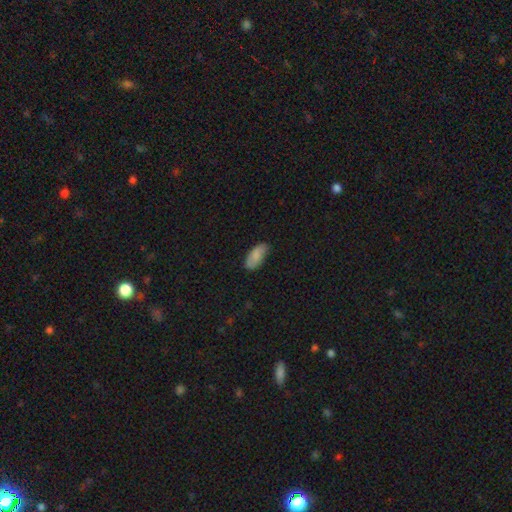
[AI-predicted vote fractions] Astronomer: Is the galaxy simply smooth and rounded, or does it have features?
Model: smooth — 84%.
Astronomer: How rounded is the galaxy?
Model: in between — 89%.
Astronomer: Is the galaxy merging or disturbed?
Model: none — 76%.